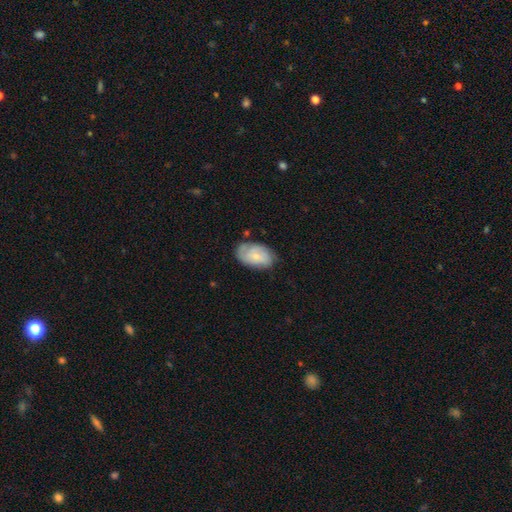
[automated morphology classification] A smooth galaxy with no disk features (52%) that is in between round and cigar-shaped (92%).

Vote fractions:
- Smooth or featured? smooth: 52% / featured or disk: 41% / star or artifact: 7%
- How rounded? in between: 92% / round: 7% / cigar-shaped: 2%
- Merging? none: 68% / minor disturbance: 24% / major disturbance: 6% / merger: 2%